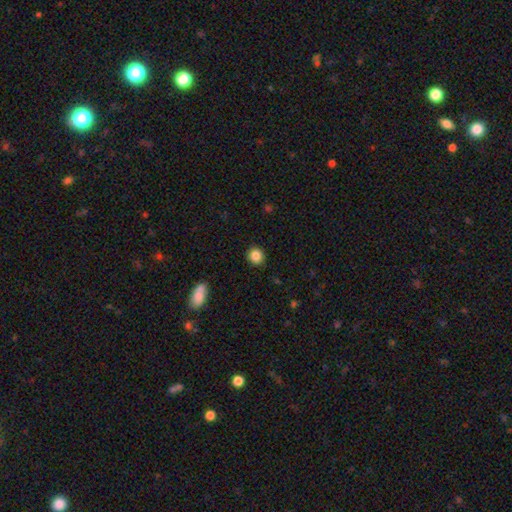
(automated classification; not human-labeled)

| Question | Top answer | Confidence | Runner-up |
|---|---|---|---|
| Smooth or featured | smooth | 86% | star or artifact (10%) |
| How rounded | round | 83% | in between (16%) |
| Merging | none | 91% | minor disturbance (6%) |